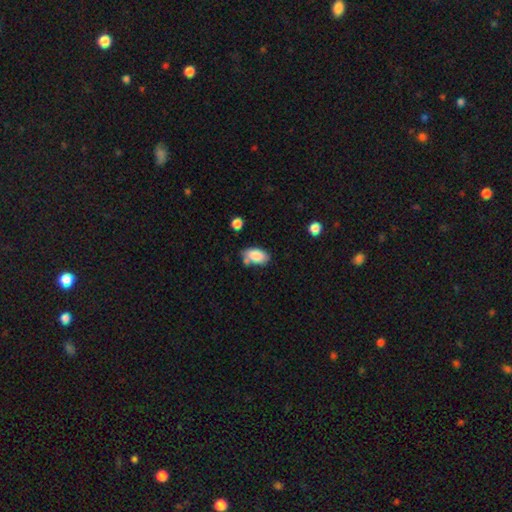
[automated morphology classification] Overall: smooth (85%). How rounded: in between (93%). Merging: none (60%; minor disturbance 20%).